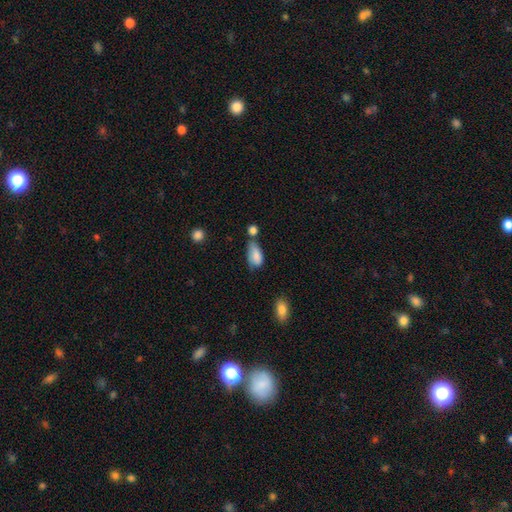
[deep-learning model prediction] Smooth or featured: smooth — 82% (featured or disk — 10%)
How rounded: in between — 90% (cigar-shaped — 6%)
Merging: minor disturbance — 33% (tied with none — 33%)